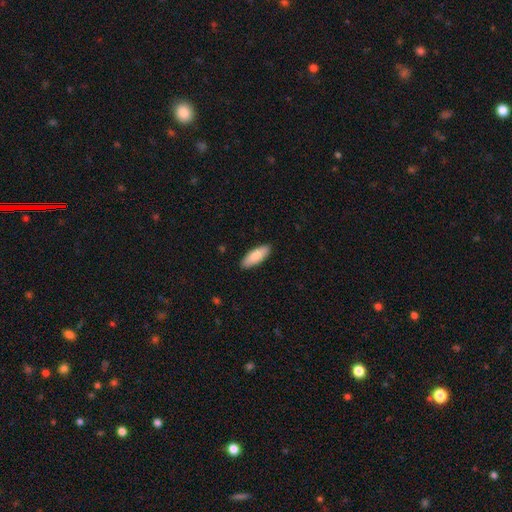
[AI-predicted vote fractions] Smooth or featured? Predicted: smooth (p=0.83). How rounded? Predicted: in between (p=0.68). Merging? Predicted: none (p=0.90).